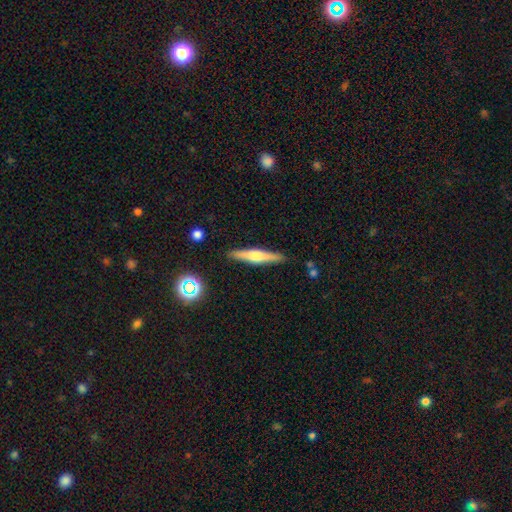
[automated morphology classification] smooth-or-featured: featured or disk: 56% | smooth: 37% | star or artifact: 7%
  disk-edge-on: yes: 96% | no: 4%
    edge-on-bulge: rounded: 82% | boxy: 11% | none: 7%
  merging: none: 89% | minor disturbance: 8% | major disturbance: 2% | merger: 1%